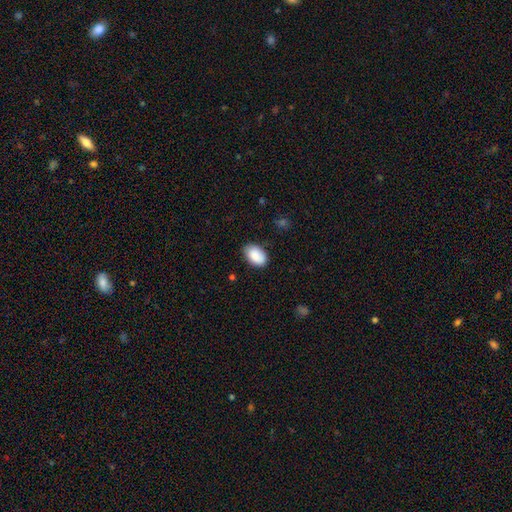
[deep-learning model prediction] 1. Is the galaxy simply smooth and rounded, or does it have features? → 89% smooth, 6% star or artifact, 5% featured or disk.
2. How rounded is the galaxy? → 91% in between, 7% round, 1% cigar-shaped.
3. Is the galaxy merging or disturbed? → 80% none, 16% minor disturbance, 3% major disturbance, 1% merger.